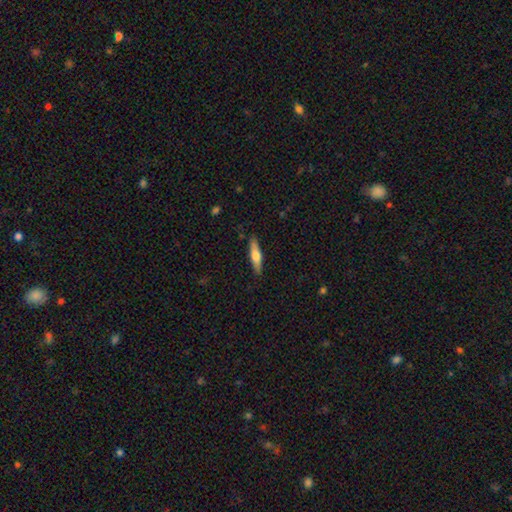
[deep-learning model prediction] smooth 55%, featured or disk 40%, star or artifact 6%. Down the decision tree: how rounded — cigar-shaped (77%); merging — none (86%).